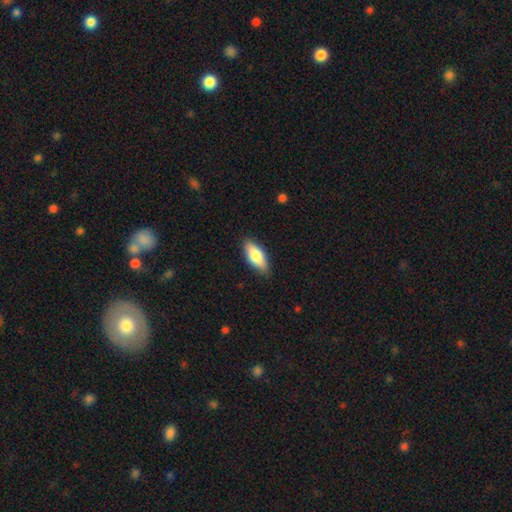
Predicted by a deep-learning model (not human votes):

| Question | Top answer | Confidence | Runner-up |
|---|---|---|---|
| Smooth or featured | smooth | 78% | featured or disk (16%) |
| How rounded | in between | 81% | cigar-shaped (17%) |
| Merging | none | 85% | minor disturbance (12%) |